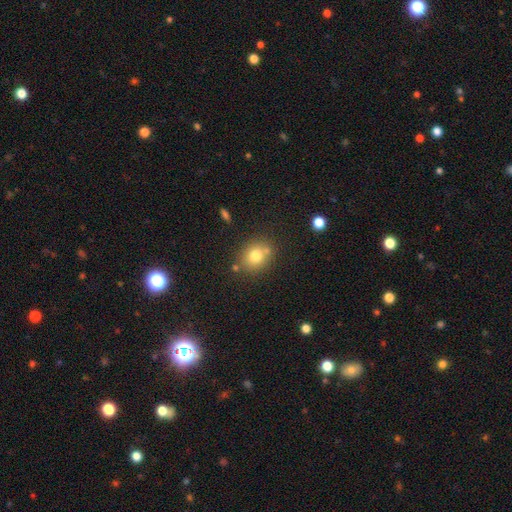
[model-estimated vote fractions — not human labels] smooth_or_featured: smooth (p=0.77) [alt: star or artifact p=0.12]
how_rounded: round (p=0.65) [alt: in between p=0.34]
merging: none (p=0.72) [alt: minor disturbance p=0.12]